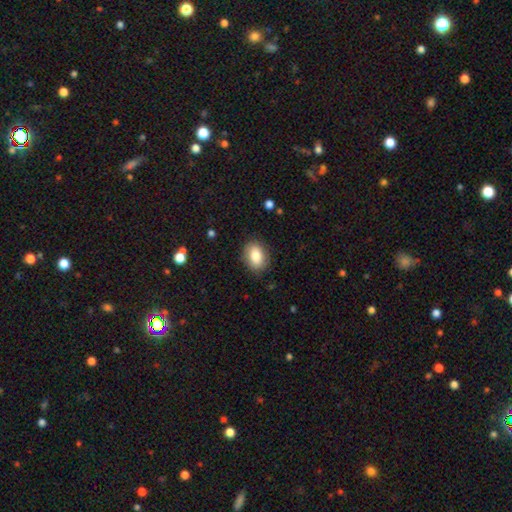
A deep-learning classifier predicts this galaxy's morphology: This appears to be a smooth galaxy with no disk features (84%) that is in between round and cigar-shaped (77%). Merging: none (86%).